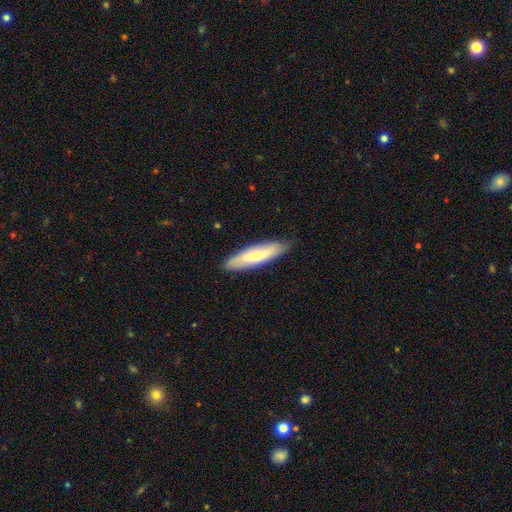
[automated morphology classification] Smooth or featured?
  - smooth: 61% *
  - featured or disk: 34%
  - star or artifact: 5%
How rounded?
  - cigar-shaped: 65% *
  - in between: 33%
  - round: 2%
Merging?
  - none: 84% *
  - minor disturbance: 13%
  - major disturbance: 2%
  - merger: 1%